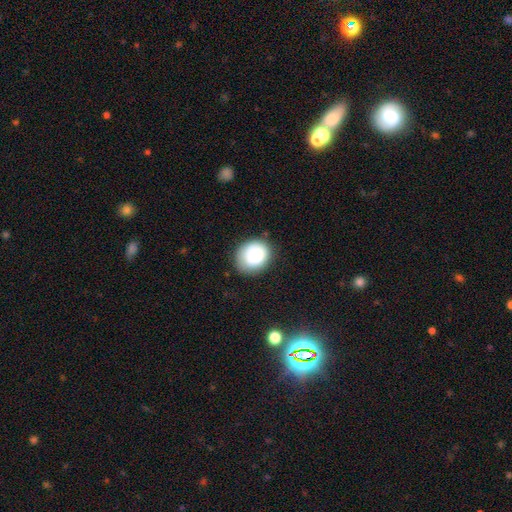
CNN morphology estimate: Smooth or featured? smooth (76%)
How rounded? round (65%)
Merging? none (69%)